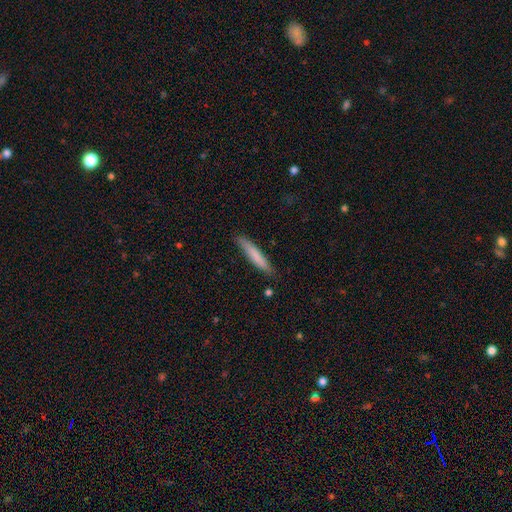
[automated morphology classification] type=smooth (76%); roundness=cigar-shaped (93%); merging=none (84%).